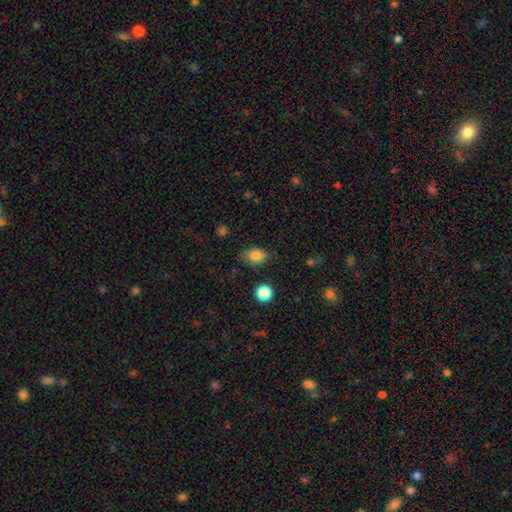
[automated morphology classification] A smooth galaxy with no disk features (84%) that is in between round and cigar-shaped (76%). Merging: none (75%).